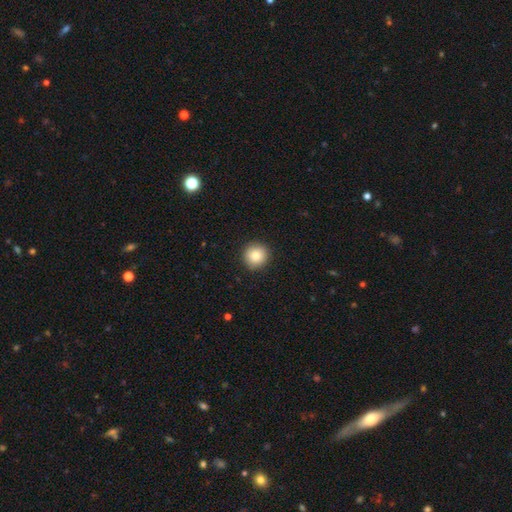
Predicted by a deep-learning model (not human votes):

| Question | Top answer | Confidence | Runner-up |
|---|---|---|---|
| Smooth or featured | smooth | 85% | star or artifact (9%) |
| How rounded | round | 94% | in between (5%) |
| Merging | none | 92% | minor disturbance (5%) |